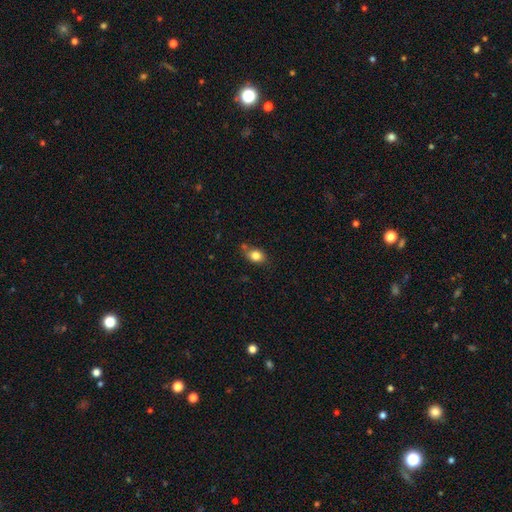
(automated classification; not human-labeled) This is clearly a smooth galaxy (82%). How rounded: likely in between (67%). Merging: likely none (61%).